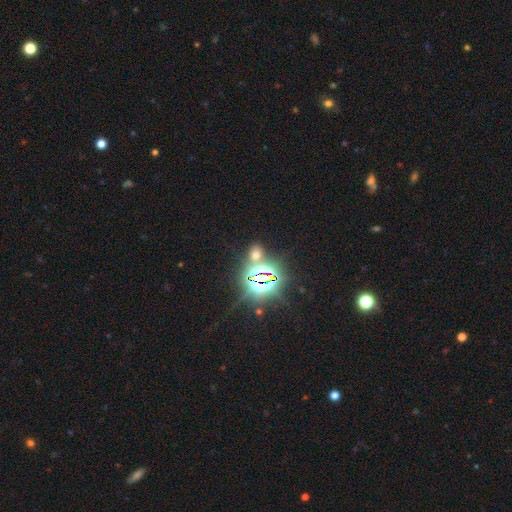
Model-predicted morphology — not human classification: Smooth or featured?
  - star or artifact: 59% *
  - smooth: 33%
  - featured or disk: 8%